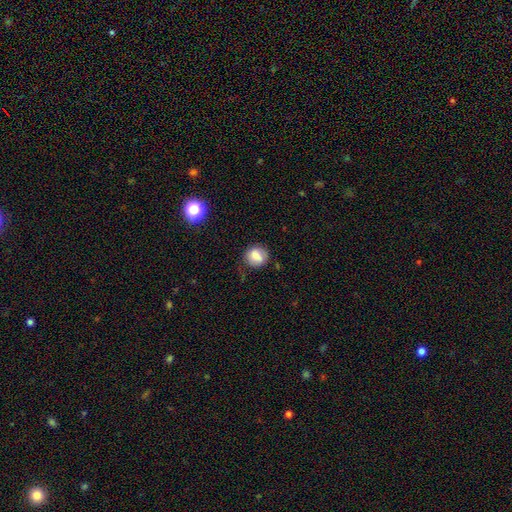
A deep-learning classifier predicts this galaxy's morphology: Smooth or featured: smooth — 78% (featured or disk — 12%)
How rounded: round — 76% (in between — 23%)
Merging: none — 73% (minor disturbance — 19%)